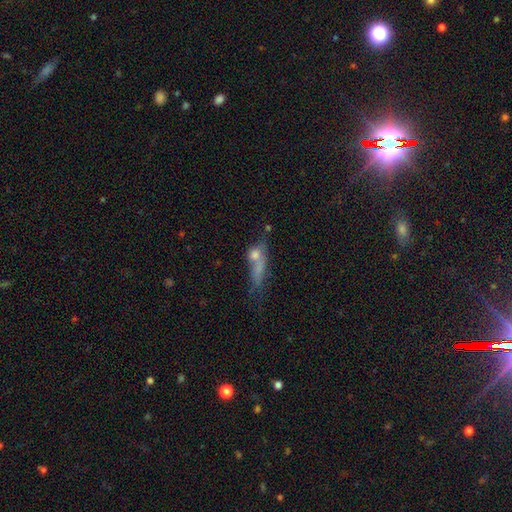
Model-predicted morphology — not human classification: A smooth galaxy with no disk features (55%) that is in between round and cigar-shaped (43%).

Vote fractions:
- Smooth or featured? smooth: 55% / featured or disk: 30% / star or artifact: 15%
- How rounded? in between: 43% / cigar-shaped: 40% / round: 18%
- Merging? merger: 29% / none: 28% / major disturbance: 25% / minor disturbance: 17%